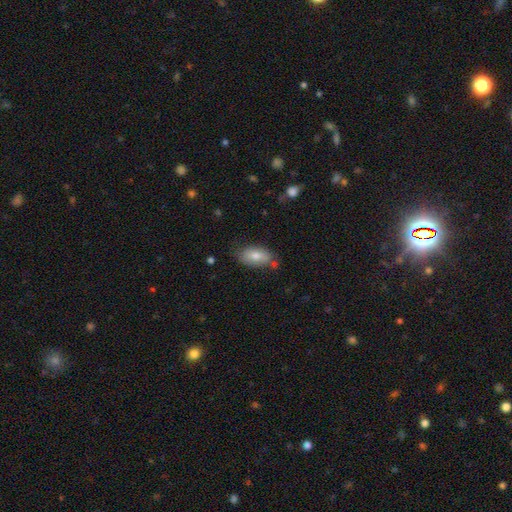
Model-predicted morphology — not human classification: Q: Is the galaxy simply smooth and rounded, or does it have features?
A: smooth — 77%.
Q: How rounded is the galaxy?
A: in between — 92%.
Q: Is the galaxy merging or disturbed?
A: none — 67%.